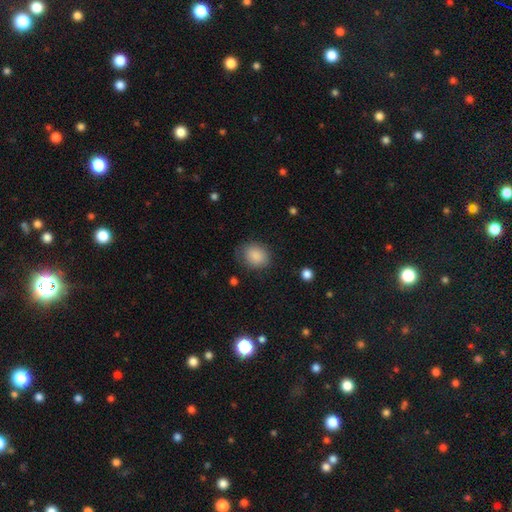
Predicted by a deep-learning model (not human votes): A smooth galaxy with no disk features (88%) that is round (53%). Merging: none (74%).